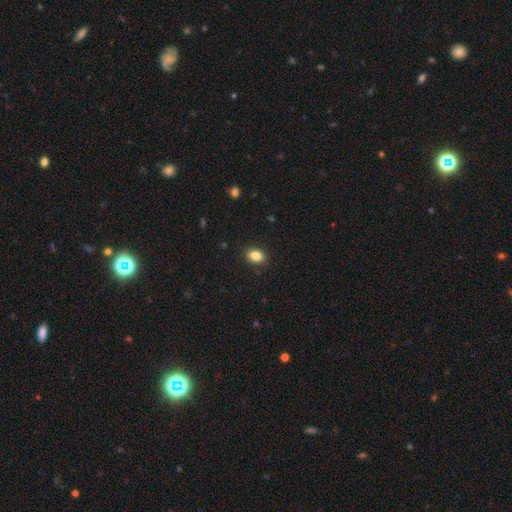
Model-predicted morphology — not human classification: Overall: smooth (85%). How rounded: in between (77%). Merging: none (89%).